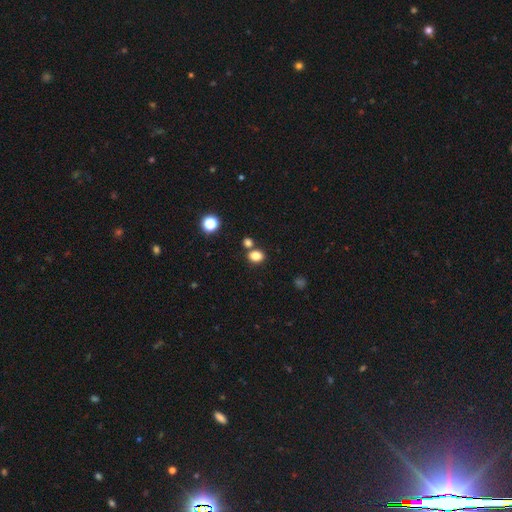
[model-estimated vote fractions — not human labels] Smooth or featured?
  - smooth: 81% *
  - star or artifact: 13%
  - featured or disk: 6%
How rounded?
  - round: 52% *
  - in between: 47%
  - cigar-shaped: 1%
Merging?
  - none: 70% *
  - merger: 17%
  - minor disturbance: 9%
  - major disturbance: 3%